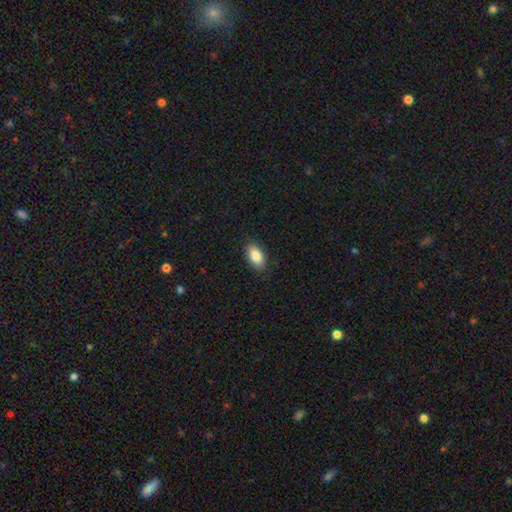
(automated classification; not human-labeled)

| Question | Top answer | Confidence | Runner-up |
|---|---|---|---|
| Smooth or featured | smooth | 86% | star or artifact (7%) |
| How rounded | in between | 92% | round (5%) |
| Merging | none | 87% | minor disturbance (10%) |